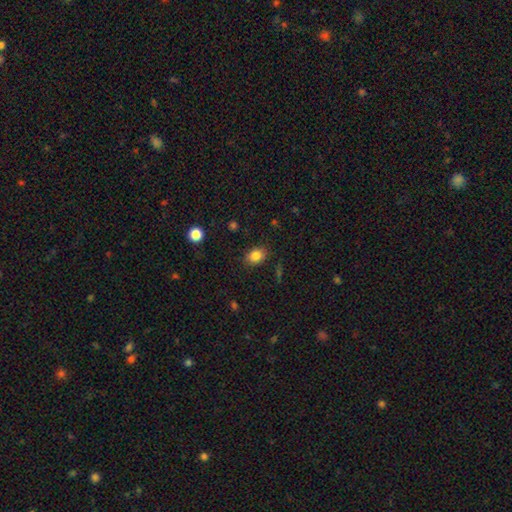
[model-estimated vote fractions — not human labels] smooth 84%, star or artifact 10%, featured or disk 6%. Down the decision tree: how rounded — in between (68%); merging — none (84%).